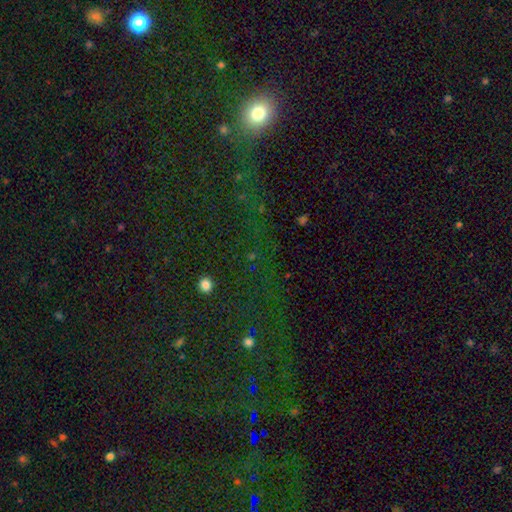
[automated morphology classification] type=star or artifact (61%).